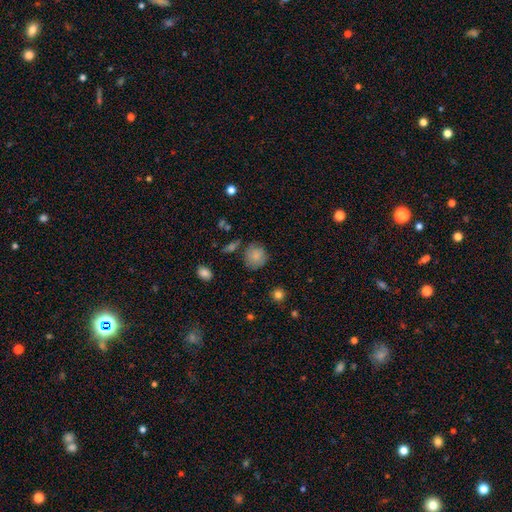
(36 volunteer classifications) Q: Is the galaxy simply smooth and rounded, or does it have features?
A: smooth — 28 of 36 (78%).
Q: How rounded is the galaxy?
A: round — 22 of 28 (79%).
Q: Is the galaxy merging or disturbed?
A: none — 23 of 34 (68%).